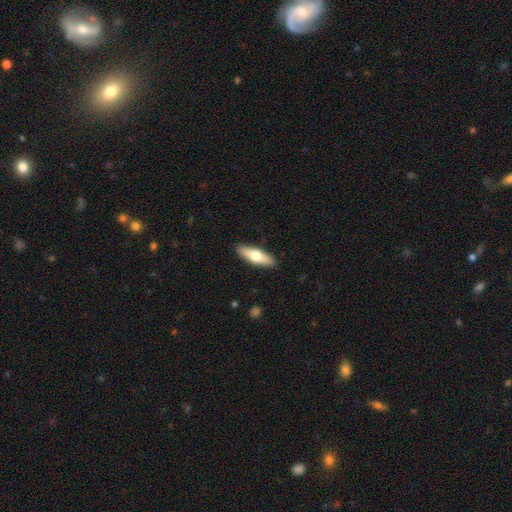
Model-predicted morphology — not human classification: smooth 64%, featured or disk 31%, star or artifact 5%. Down the decision tree: how rounded — in between (51%); merging — none (90%).